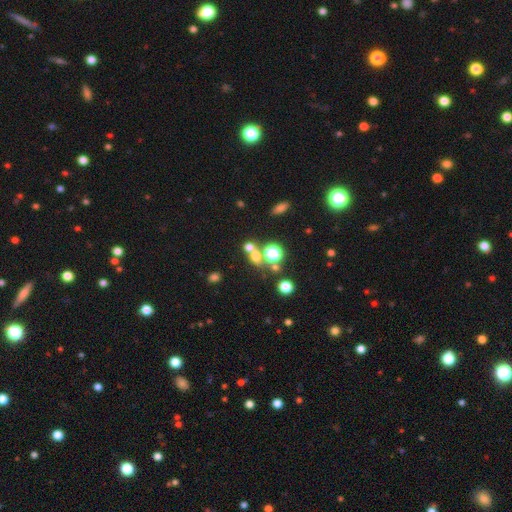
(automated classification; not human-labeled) The model was most divided on "merging": none: 47%, merger: 39%, minor disturbance: 8%, major disturbance: 5%. More confident: how rounded — round (67%); smooth or featured — smooth (58%).